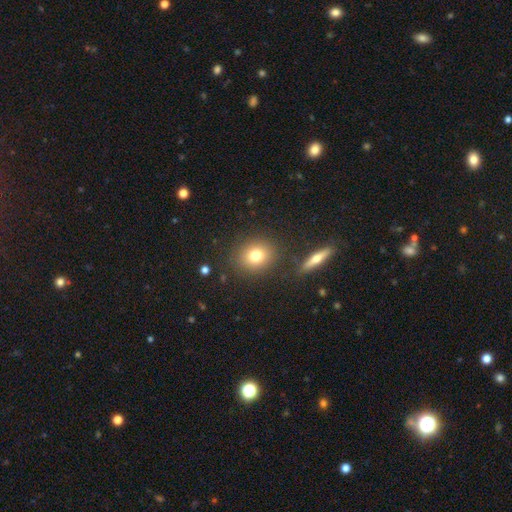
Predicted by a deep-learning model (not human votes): Q: Smooth or featured?
A: smooth (77%); runner-up: featured or disk (11%)
Q: How rounded?
A: round (71%); runner-up: in between (27%)
Q: Merging?
A: none (84%); runner-up: minor disturbance (8%)